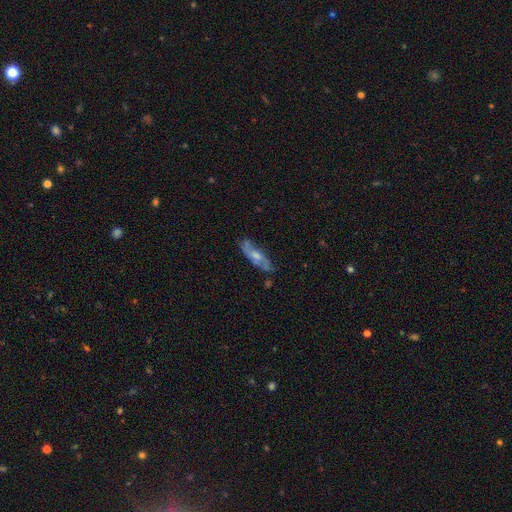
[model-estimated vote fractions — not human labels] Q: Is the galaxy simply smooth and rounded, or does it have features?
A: featured or disk — 61%.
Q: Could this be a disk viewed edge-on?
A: no — 75%.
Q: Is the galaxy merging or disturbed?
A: none — 71%.